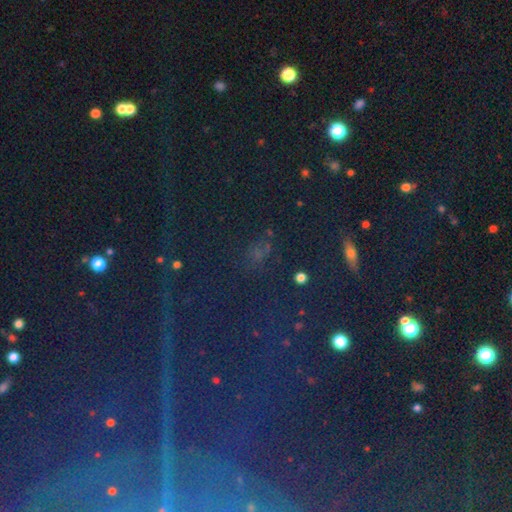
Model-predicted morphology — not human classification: Smooth or featured: star or artifact — 57% (smooth — 29%)